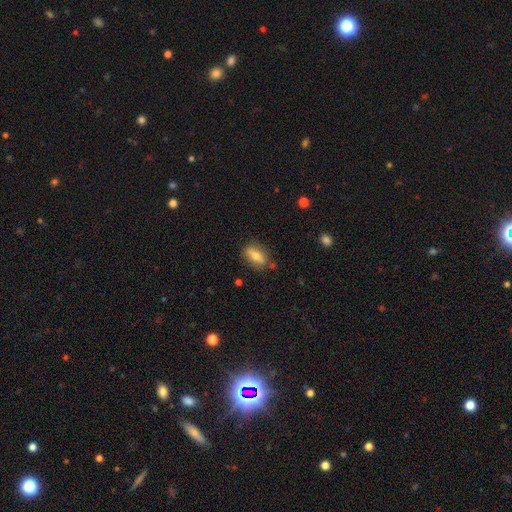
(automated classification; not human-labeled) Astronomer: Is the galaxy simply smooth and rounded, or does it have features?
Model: smooth — 68%.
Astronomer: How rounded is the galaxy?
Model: in between — 74%.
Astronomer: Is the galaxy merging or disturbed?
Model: none — 79%.